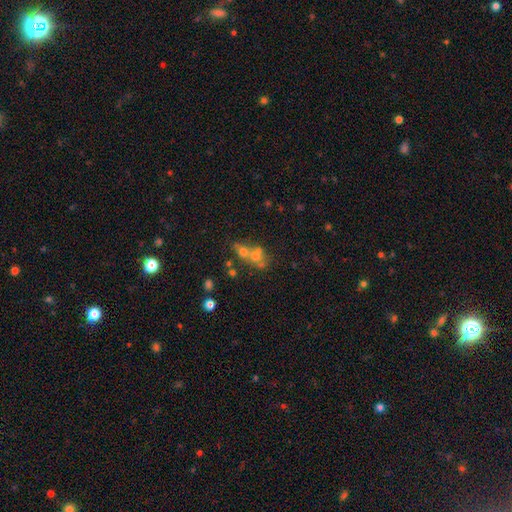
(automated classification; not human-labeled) Smooth or featured? Predicted: smooth (p=0.48). Merging? Predicted: merger (p=0.59).